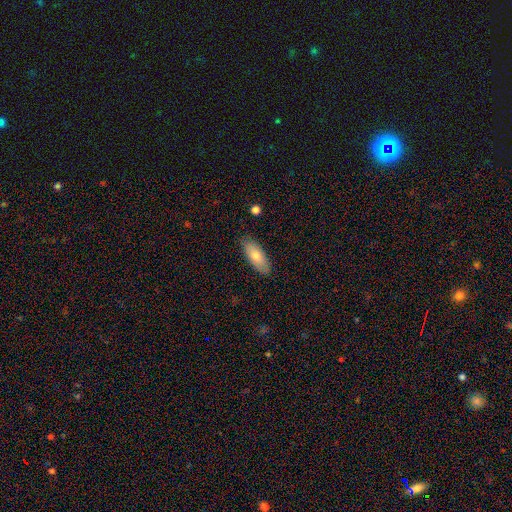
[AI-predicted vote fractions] Smooth or featured? smooth (75%)
How rounded? in between (77%)
Merging? none (87%)